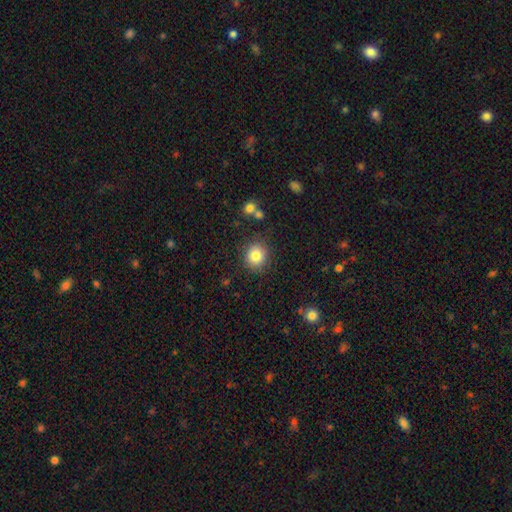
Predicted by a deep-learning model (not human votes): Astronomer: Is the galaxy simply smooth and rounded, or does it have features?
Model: smooth — 82%.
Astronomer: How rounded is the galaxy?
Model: round — 85%.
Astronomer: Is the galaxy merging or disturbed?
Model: none — 86%.